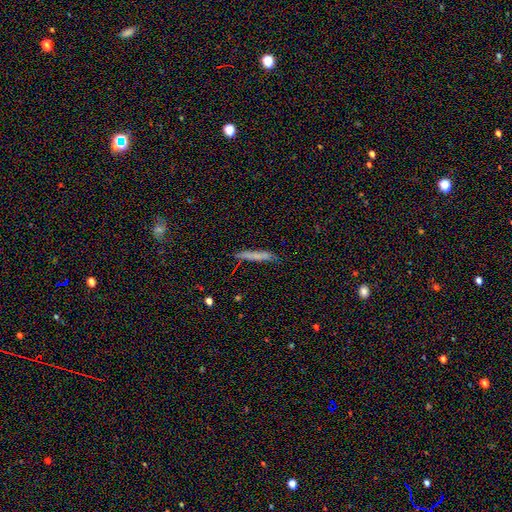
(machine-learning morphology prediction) smooth 70%, featured or disk 21%, star or artifact 9%. Down the decision tree: how rounded — cigar-shaped (94%); merging — none (80%).